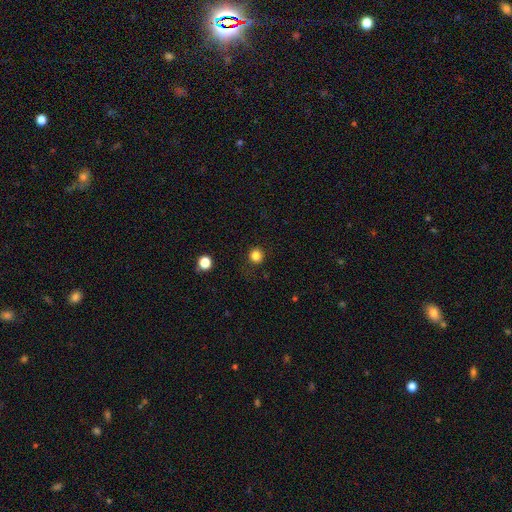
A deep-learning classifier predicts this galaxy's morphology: This appears to be a smooth galaxy with no disk features (84%) that is round (93%). Merging: none (88%).